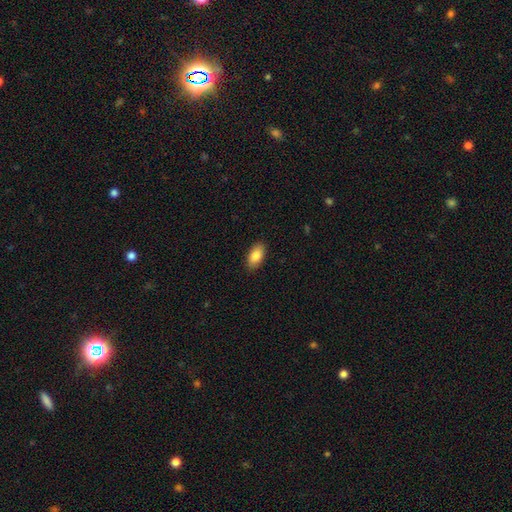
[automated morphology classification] The model was most divided on "smooth or featured": smooth: 86%, featured or disk: 7%, star or artifact: 7%. More confident: how rounded — in between (93%); merging — none (88%).